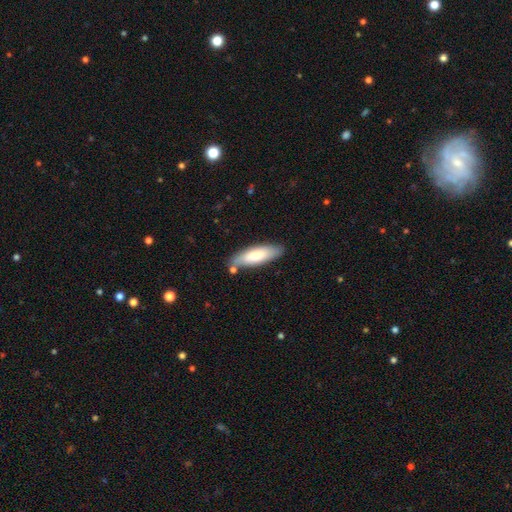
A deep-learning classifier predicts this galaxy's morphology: This appears to be a smooth galaxy with no disk features (72%) that is in between round and cigar-shaped (50%). Merging: none (73%).